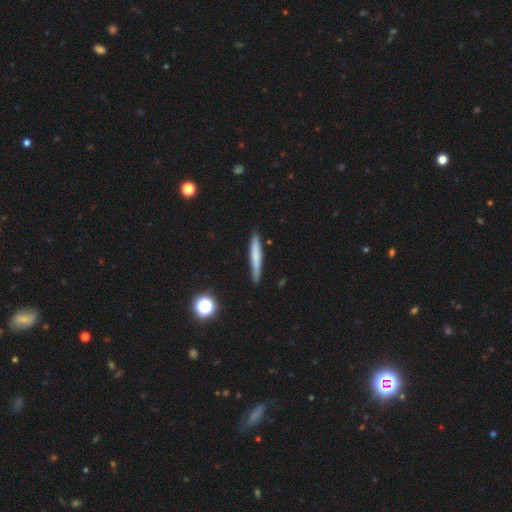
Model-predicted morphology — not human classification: smooth 65%, featured or disk 27%, star or artifact 7%. Down the decision tree: how rounded — cigar-shaped (95%); merging — none (86%).